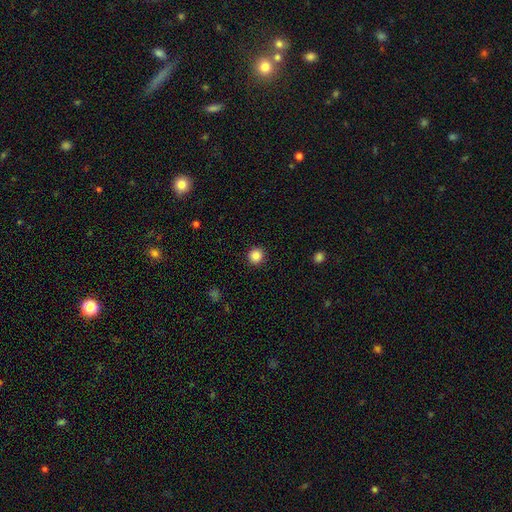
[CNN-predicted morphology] smooth_or_featured: smooth (p=0.86) [alt: star or artifact p=0.11]
how_rounded: round (p=0.94) [alt: in between p=0.05]
merging: none (p=0.92) [alt: minor disturbance p=0.05]